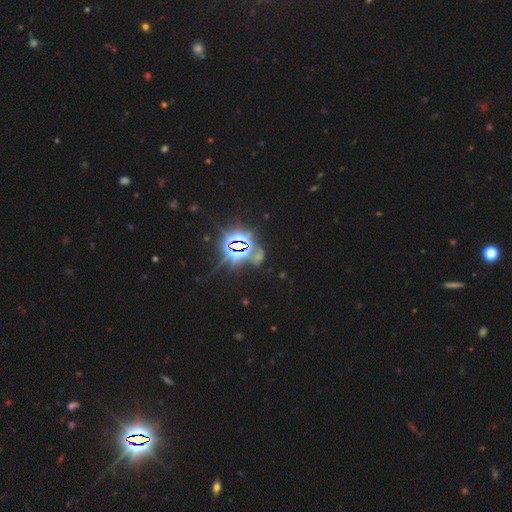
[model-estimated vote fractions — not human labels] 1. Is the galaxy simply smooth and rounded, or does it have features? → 83% star or artifact, 9% smooth, 9% featured or disk.